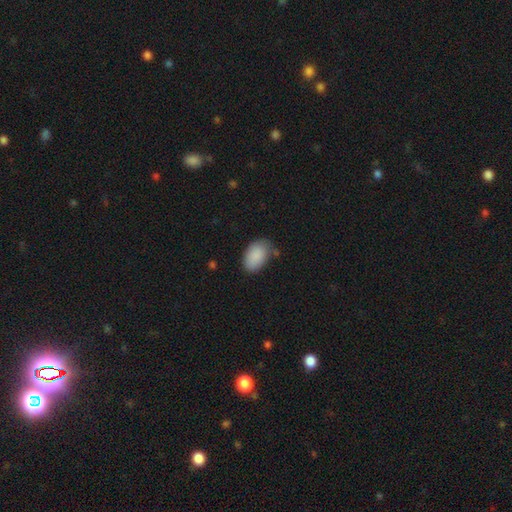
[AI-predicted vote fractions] Morphology: type=smooth (89%); roundness=in between (91%); merging=none (63%).